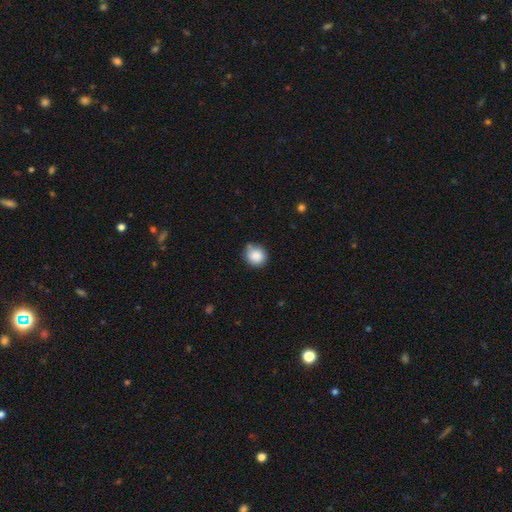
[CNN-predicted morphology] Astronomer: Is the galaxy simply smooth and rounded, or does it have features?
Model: smooth — 86%.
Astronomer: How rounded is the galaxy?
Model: round — 84%.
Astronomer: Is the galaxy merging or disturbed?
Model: none — 70%.